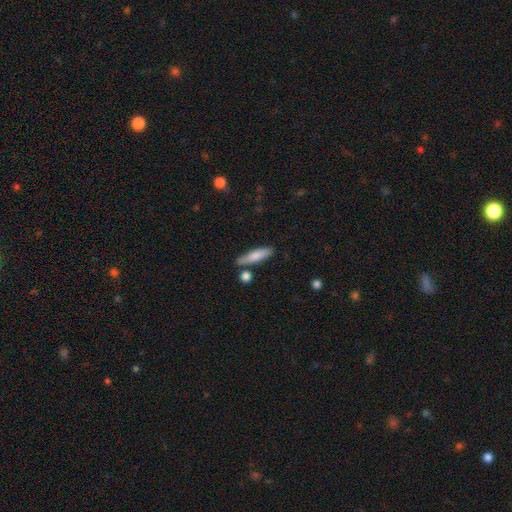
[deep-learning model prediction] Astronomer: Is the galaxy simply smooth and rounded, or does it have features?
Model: smooth — 74%.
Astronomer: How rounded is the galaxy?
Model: cigar-shaped — 76%.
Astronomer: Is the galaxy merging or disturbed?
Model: none — 77%.